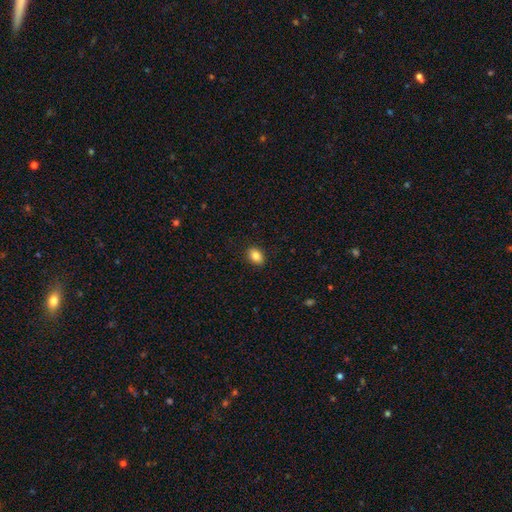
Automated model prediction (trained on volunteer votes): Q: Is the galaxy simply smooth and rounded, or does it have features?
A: smooth — 84%.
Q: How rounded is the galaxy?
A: in between — 75%.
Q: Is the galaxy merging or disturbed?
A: none — 90%.